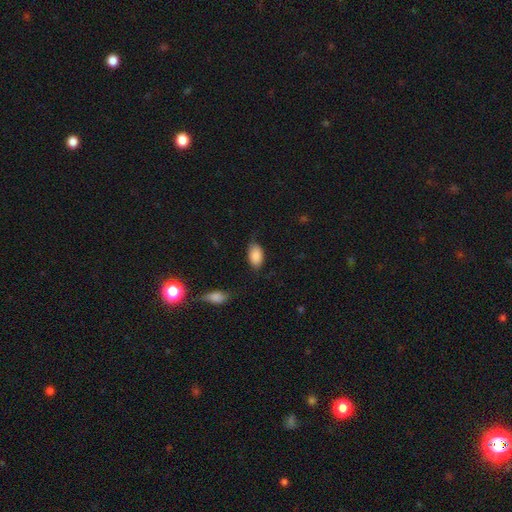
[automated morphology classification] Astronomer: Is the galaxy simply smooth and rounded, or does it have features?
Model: smooth — 87%.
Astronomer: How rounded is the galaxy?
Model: in between — 93%.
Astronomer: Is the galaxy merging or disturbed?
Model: none — 70%.